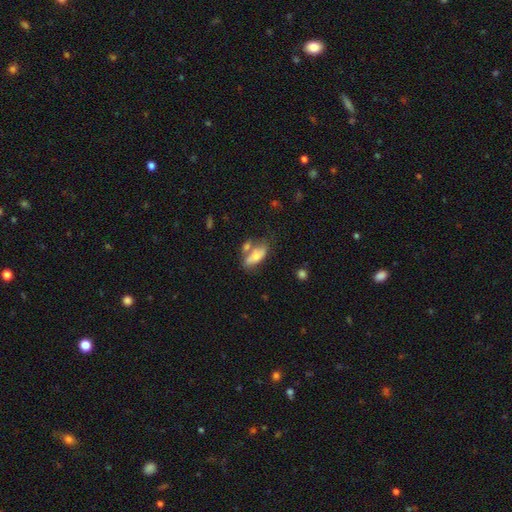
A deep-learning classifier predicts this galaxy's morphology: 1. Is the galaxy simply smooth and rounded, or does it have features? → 68% smooth, 25% featured or disk, 7% star or artifact.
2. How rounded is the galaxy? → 83% in between, 13% cigar-shaped, 3% round.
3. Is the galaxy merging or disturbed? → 43% none, 32% merger, 18% minor disturbance, 8% major disturbance.